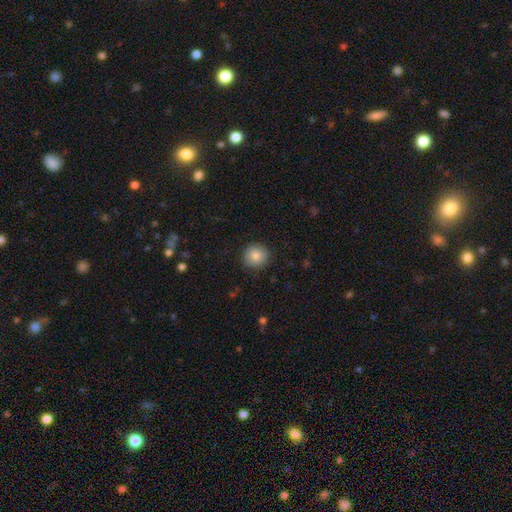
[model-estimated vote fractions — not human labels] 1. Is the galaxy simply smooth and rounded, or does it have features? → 84% smooth, 8% star or artifact, 8% featured or disk.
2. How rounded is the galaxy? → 91% round, 8% in between, 1% cigar-shaped.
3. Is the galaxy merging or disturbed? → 89% none, 8% minor disturbance, 2% major disturbance, 1% merger.